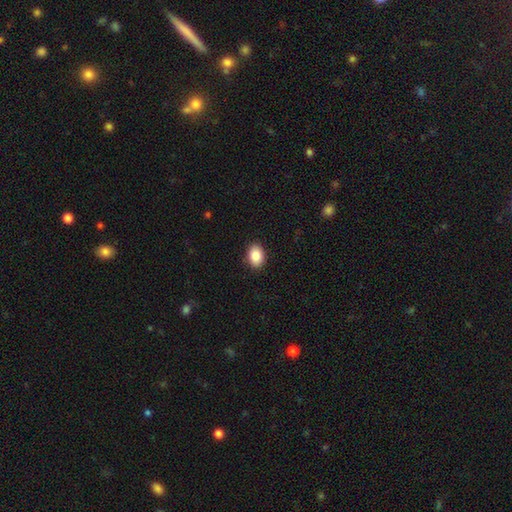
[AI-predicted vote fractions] Q: Smooth or featured?
A: smooth (86%); runner-up: star or artifact (8%)
Q: How rounded?
A: in between (78%); runner-up: round (21%)
Q: Merging?
A: none (90%); runner-up: minor disturbance (7%)